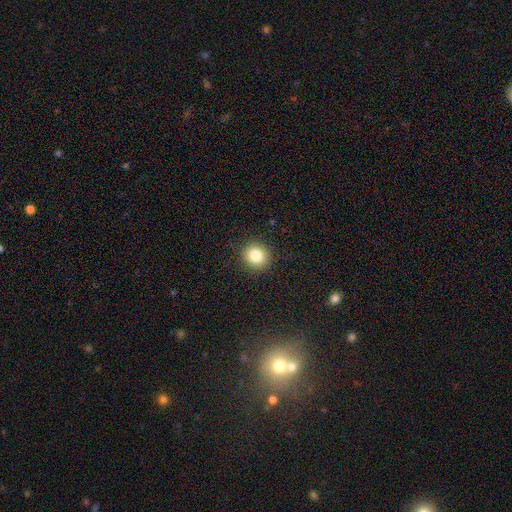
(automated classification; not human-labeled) Smooth or featured? smooth (83%)
How rounded? round (88%)
Merging? none (91%)